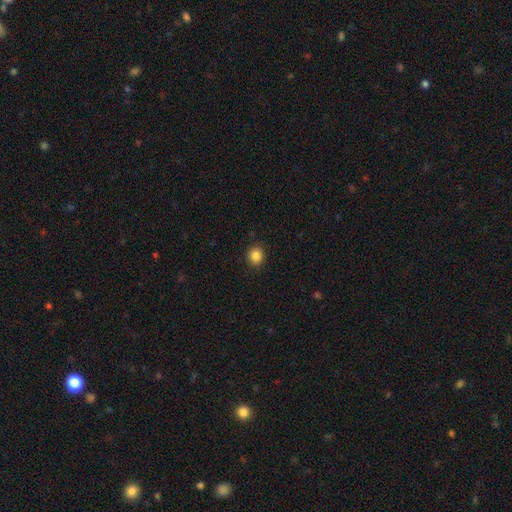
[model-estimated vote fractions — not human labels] smooth 86%, star or artifact 10%, featured or disk 4%. Down the decision tree: how rounded — round (83%); merging — none (90%).